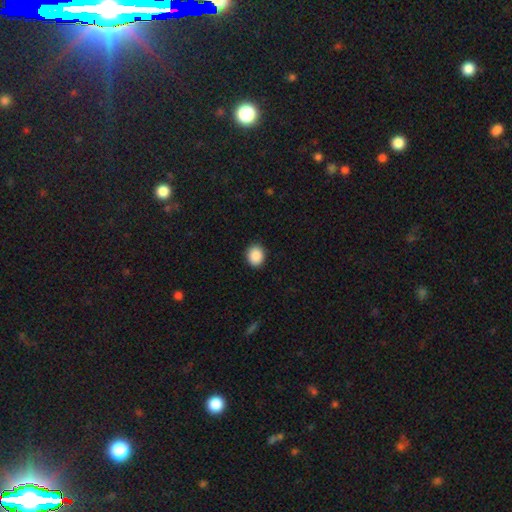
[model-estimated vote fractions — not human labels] smooth-or-featured: smooth: 90% | star or artifact: 8% | featured or disk: 3%
  how-rounded: round: 65% | in between: 34% | cigar-shaped: 1%
  merging: none: 91% | minor disturbance: 6% | major disturbance: 2% | merger: 1%